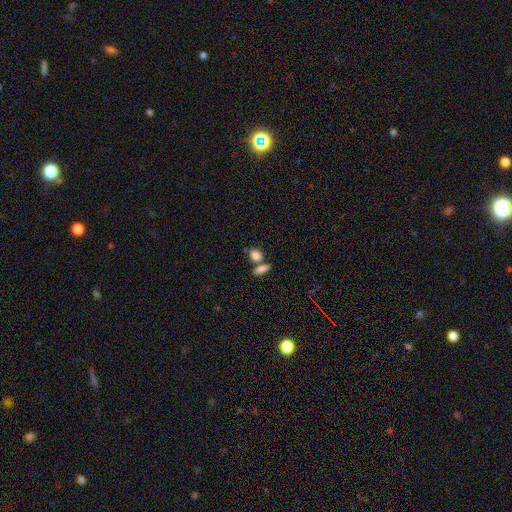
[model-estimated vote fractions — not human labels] Morphology: type=smooth (84%); roundness=in between (71%); merging=none (49%).